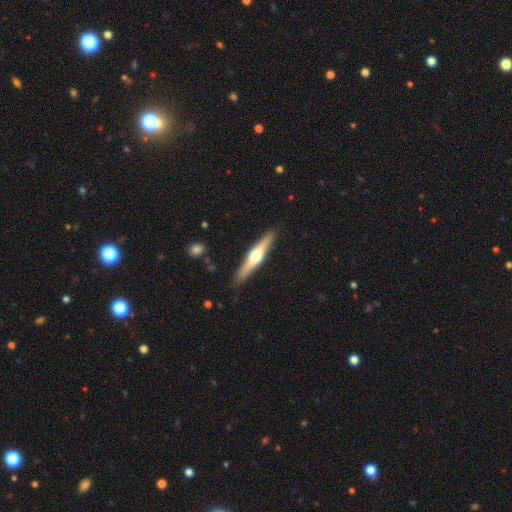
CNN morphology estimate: This appears to be a featured or disk galaxy (65%) viewed edge-on (97%) with a rounded central bulge (93%). Merging: none (89%).